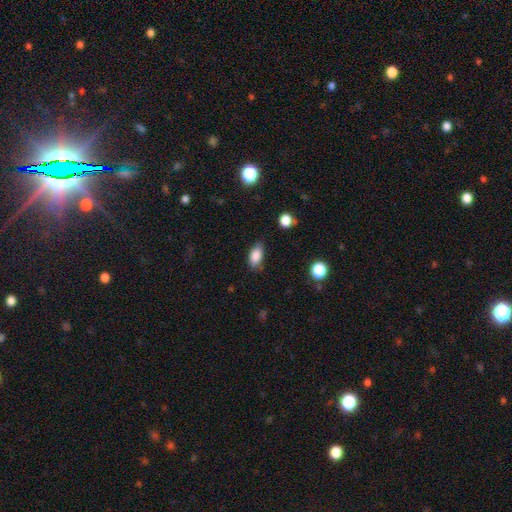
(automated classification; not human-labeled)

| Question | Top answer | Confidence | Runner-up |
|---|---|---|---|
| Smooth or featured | smooth | 86% | star or artifact (8%) |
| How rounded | in between | 90% | round (6%) |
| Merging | none | 74% | minor disturbance (20%) |